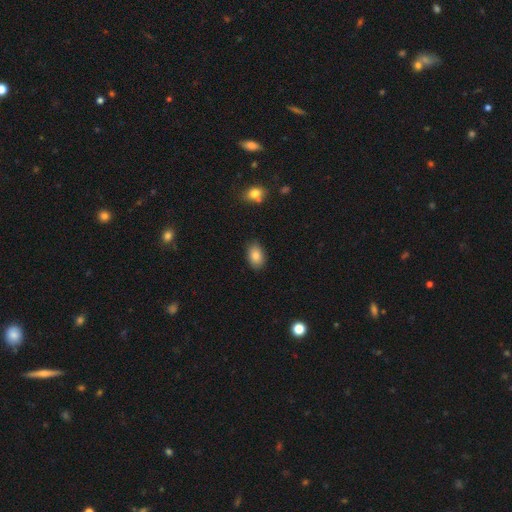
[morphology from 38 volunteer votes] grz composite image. It shows a smooth galaxy with no disk features (89%) that is in between round and cigar-shaped (82%). Merging: none (81%).